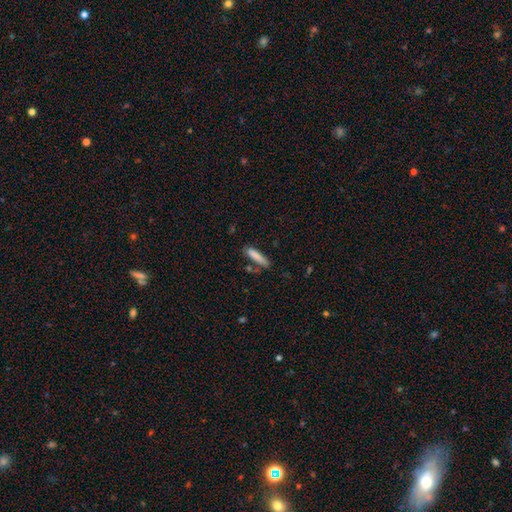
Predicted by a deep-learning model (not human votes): smooth_or_featured: smooth (p=0.83) [alt: featured or disk p=0.10]
how_rounded: cigar-shaped (p=0.83) [alt: in between p=0.15]
merging: none (p=0.72) [alt: minor disturbance p=0.17]